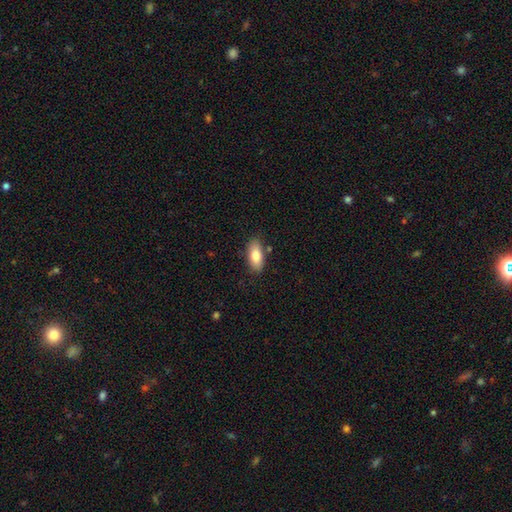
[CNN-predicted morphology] smooth_or_featured: smooth (p=0.80) [alt: featured or disk p=0.13]
how_rounded: in between (p=0.86) [alt: cigar-shaped p=0.11]
merging: none (p=0.82) [alt: minor disturbance p=0.13]